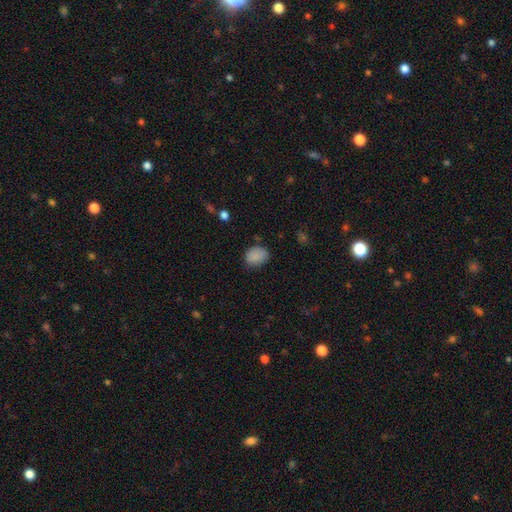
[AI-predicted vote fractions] Q: Smooth or featured?
A: smooth (86%); runner-up: star or artifact (9%)
Q: How rounded?
A: in between (62%); runner-up: round (37%)
Q: Merging?
A: none (75%); runner-up: minor disturbance (19%)